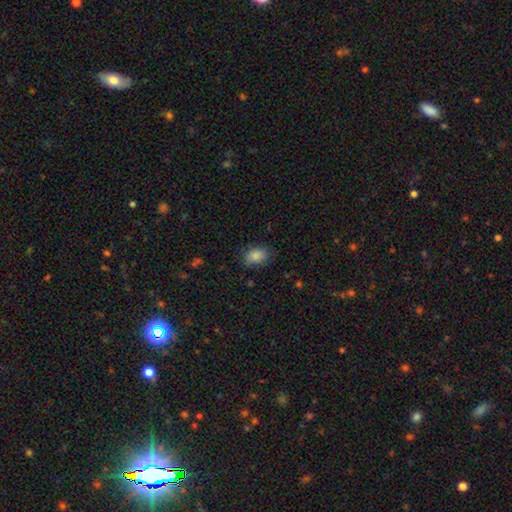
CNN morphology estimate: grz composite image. It shows a smooth galaxy with no disk features (87%) that is in between round and cigar-shaped (81%). Merging: none (78%).